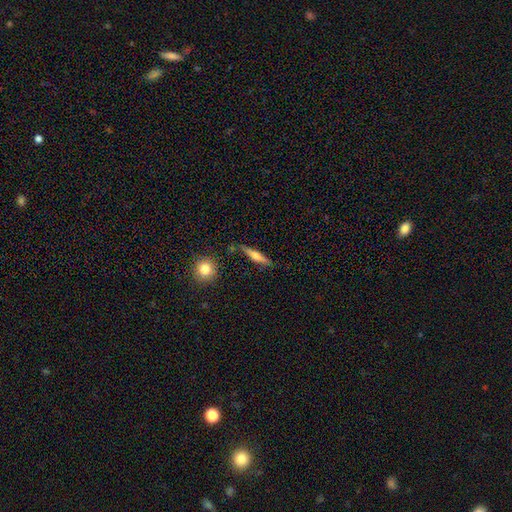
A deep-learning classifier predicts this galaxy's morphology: The model was most divided on "smooth or featured": smooth: 50%, featured or disk: 42%, star or artifact: 7%. More confident: how rounded — cigar-shaped (83%); merging — none (82%).